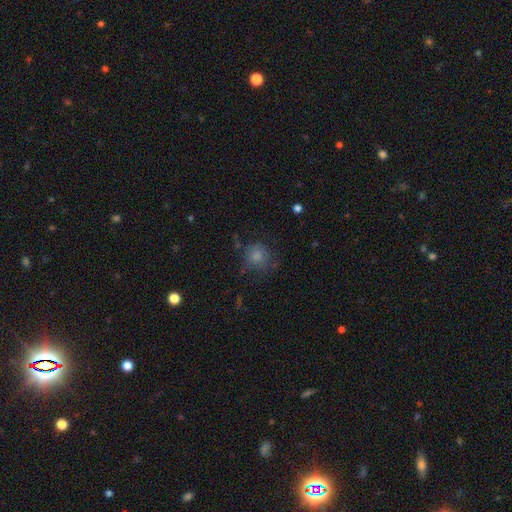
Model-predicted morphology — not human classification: Smooth or featured? Predicted: smooth (p=0.56). How rounded? Predicted: round (p=0.89). Merging? Predicted: none (p=0.71).